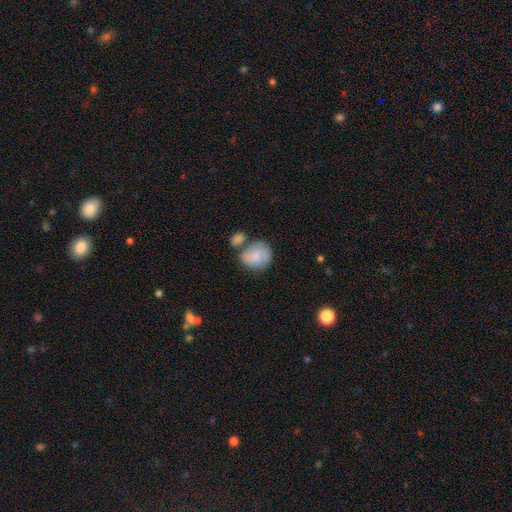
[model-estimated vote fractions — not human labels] The model was most divided on "merging": none: 44%, merger: 30%, minor disturbance: 19%, major disturbance: 7%. More confident: how rounded — round (76%); smooth or featured — smooth (72%).